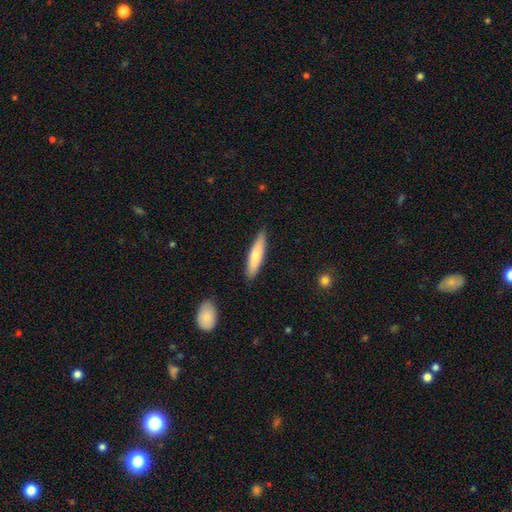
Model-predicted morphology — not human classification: Smooth or featured: smooth — 71% (featured or disk — 23%)
How rounded: cigar-shaped — 78% (in between — 21%)
Merging: none — 87% (minor disturbance — 10%)